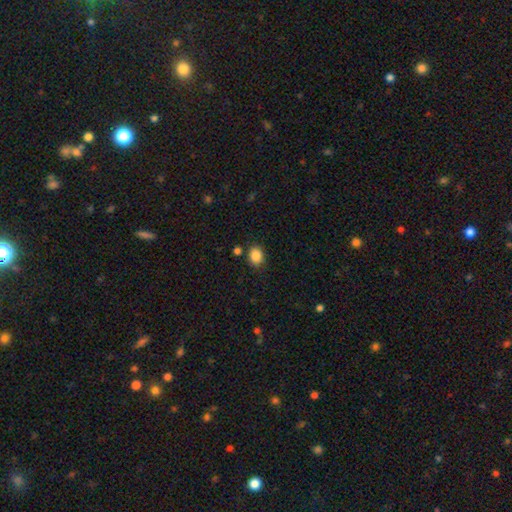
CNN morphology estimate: A smooth galaxy with no disk features (87%) that is round (50%). Merging: none (83%).